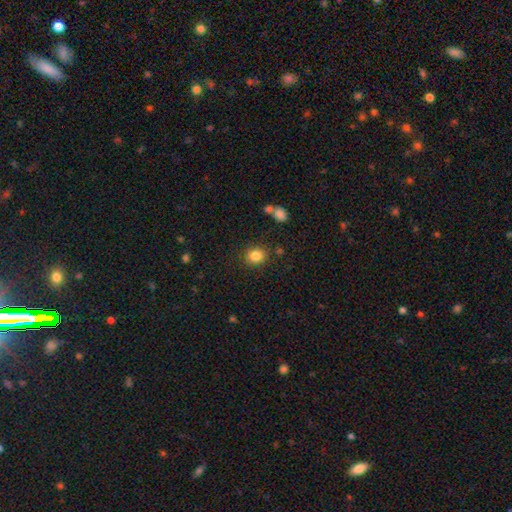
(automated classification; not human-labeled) A smooth galaxy with no disk features (84%) that is round (75%). Merging: none (85%).